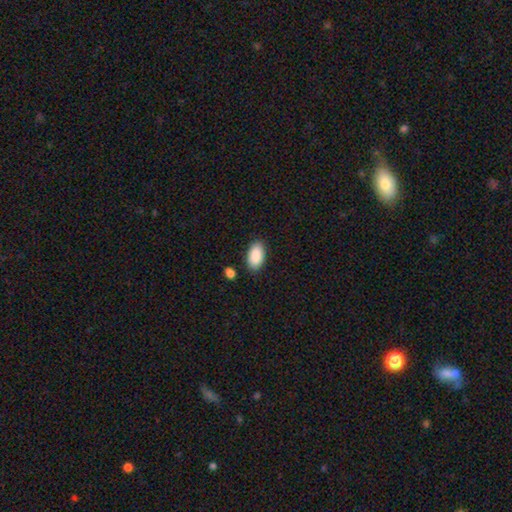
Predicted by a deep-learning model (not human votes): This is clearly a smooth galaxy (90%). How rounded: clearly in between (95%). Merging: clearly none (85%).